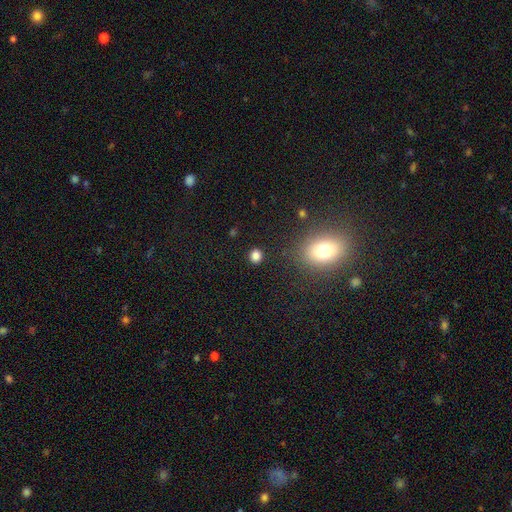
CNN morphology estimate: type=smooth (81%); roundness=round (76%); merging=none (87%).